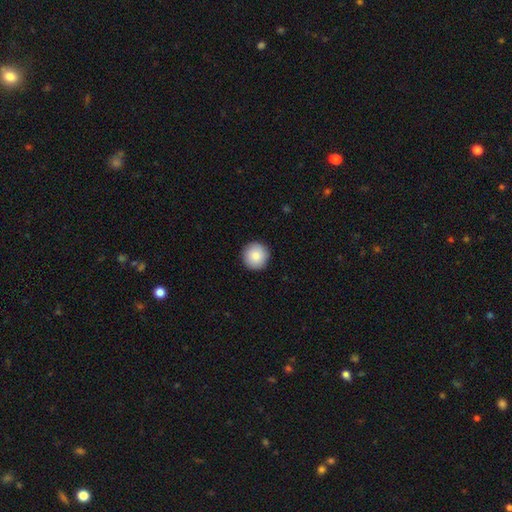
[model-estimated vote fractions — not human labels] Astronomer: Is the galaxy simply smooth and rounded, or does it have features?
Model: smooth — 87%.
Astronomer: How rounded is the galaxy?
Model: round — 96%.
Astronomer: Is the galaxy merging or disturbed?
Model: none — 92%.